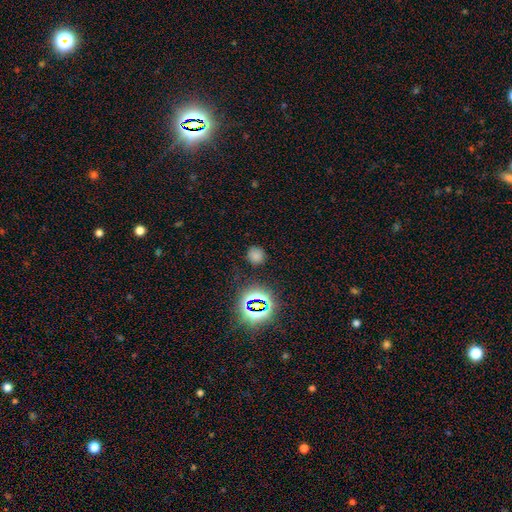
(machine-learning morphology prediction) smooth_or_featured: smooth (p=0.67) [alt: star or artifact p=0.27]
how_rounded: round (p=0.80) [alt: in between p=0.19]
merging: none (p=0.81) [alt: minor disturbance p=0.12]